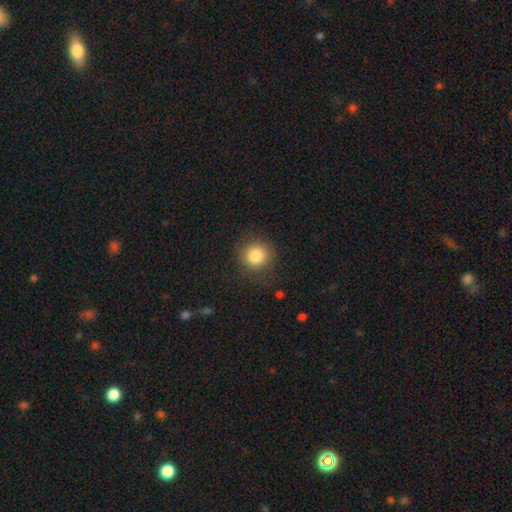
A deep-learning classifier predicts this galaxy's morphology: This appears to be a smooth galaxy with no disk features (83%) that is round (91%). Merging: none (85%).